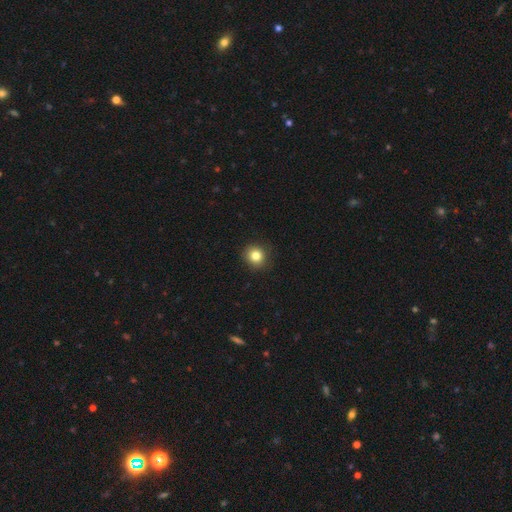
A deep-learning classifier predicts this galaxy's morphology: Q: Smooth or featured?
A: smooth (82%); runner-up: star or artifact (12%)
Q: How rounded?
A: round (89%); runner-up: in between (10%)
Q: Merging?
A: none (91%); runner-up: minor disturbance (6%)